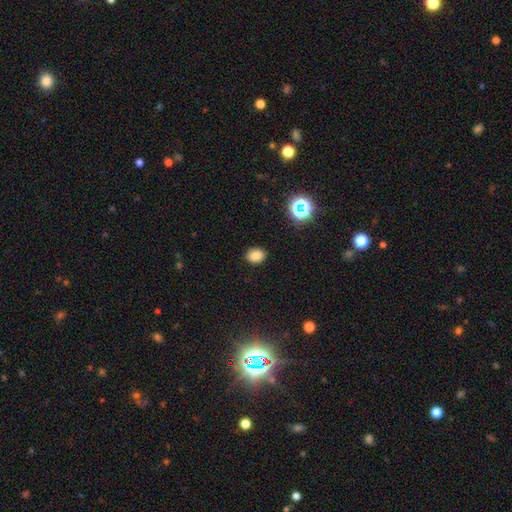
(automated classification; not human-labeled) Smooth or featured: smooth — 81% (star or artifact — 14%)
How rounded: in between — 61% (round — 38%)
Merging: none — 89% (minor disturbance — 8%)